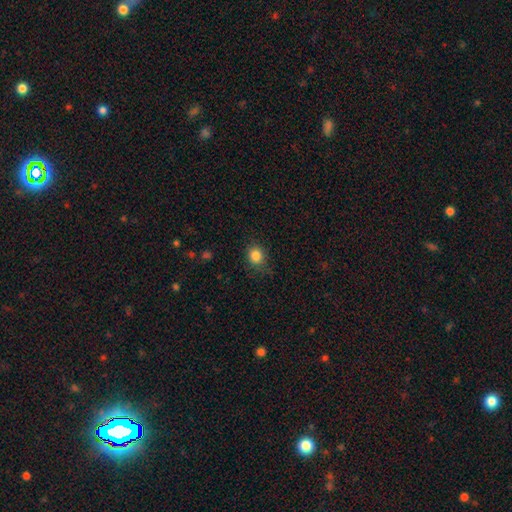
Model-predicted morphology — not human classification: Smooth or featured: smooth — 84% (star or artifact — 11%)
How rounded: round — 74% (in between — 25%)
Merging: none — 79% (minor disturbance — 16%)